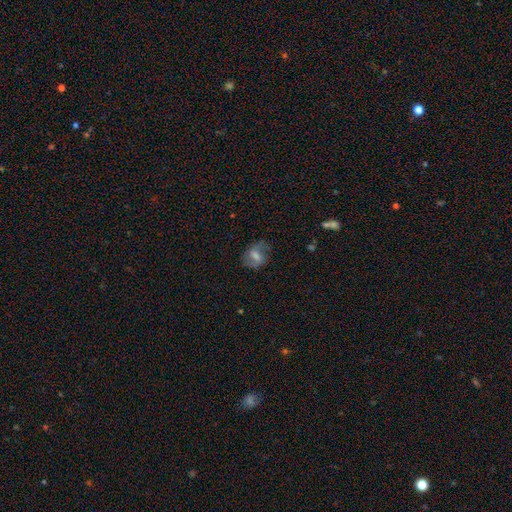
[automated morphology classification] This is possibly a featured or disk galaxy (52%). It is clearly not viewed edge-on (94%). Merging: likely none (68%).